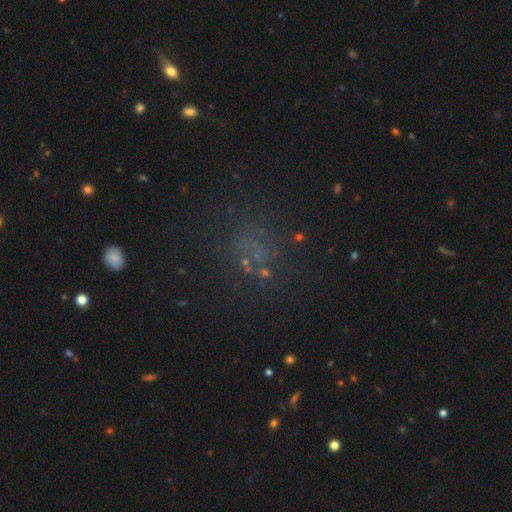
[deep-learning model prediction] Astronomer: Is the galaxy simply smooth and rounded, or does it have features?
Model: star or artifact — 46% (runner-up: smooth, 40%).